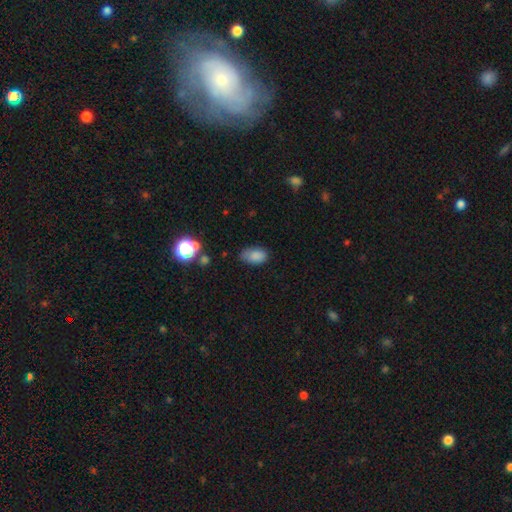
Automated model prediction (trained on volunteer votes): This appears to be a smooth galaxy with no disk features (83%) that is in between round and cigar-shaped (91%). Merging: none (66%).